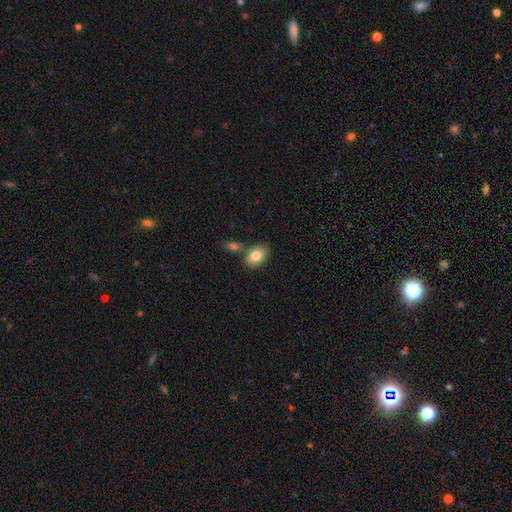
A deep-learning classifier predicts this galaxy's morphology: Smooth or featured? smooth (83%)
How rounded? in between (85%)
Merging? none (66%)